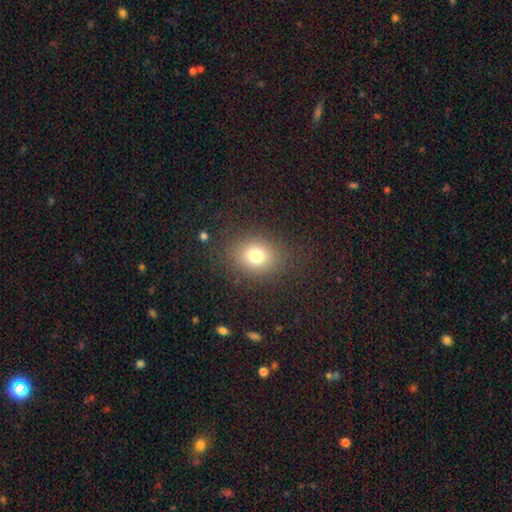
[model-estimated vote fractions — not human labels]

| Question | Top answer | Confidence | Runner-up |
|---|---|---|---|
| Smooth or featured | smooth | 76% | star or artifact (15%) |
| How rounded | round | 60% | in between (39%) |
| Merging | none | 84% | minor disturbance (9%) |